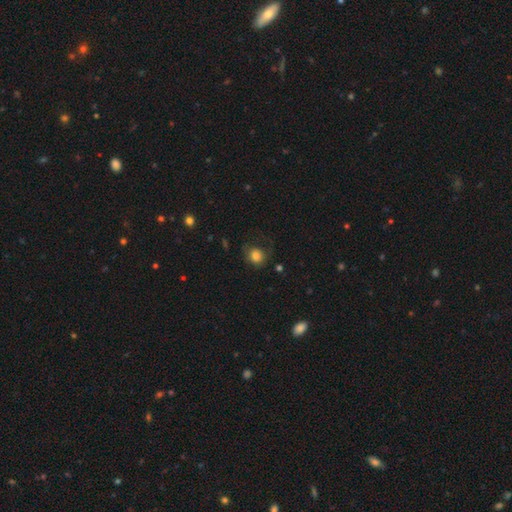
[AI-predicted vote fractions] Smooth or featured? smooth (79%)
How rounded? round (74%)
Merging? none (59%)